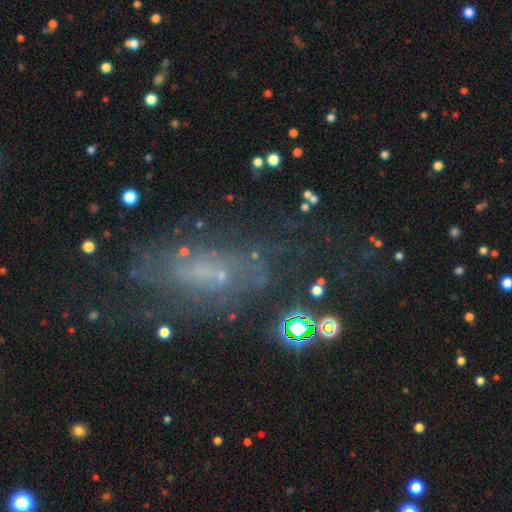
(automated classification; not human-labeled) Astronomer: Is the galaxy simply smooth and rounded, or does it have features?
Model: featured or disk — 44% (runner-up: smooth, 30%).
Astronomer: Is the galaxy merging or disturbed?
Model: none — 53%.